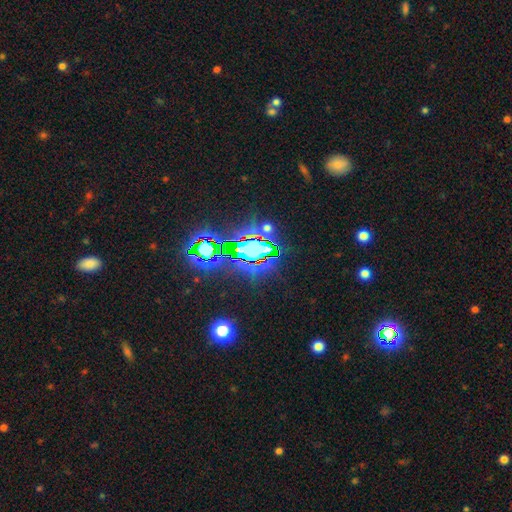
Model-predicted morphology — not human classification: This appears to be a star or artifact, not a galaxy (70%).